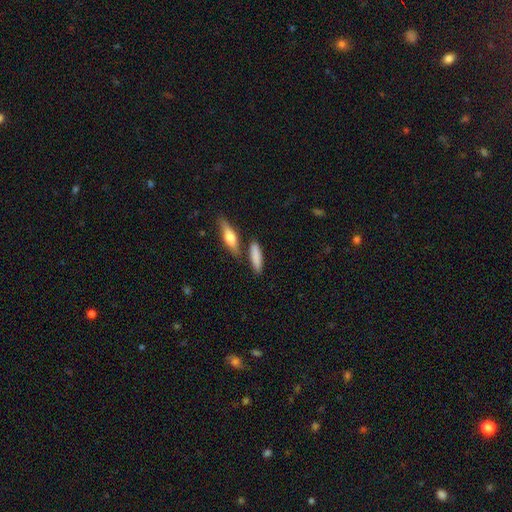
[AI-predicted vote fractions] smooth 81%, featured or disk 13%, star or artifact 6%. Down the decision tree: how rounded — cigar-shaped (60%); merging — none (72%).